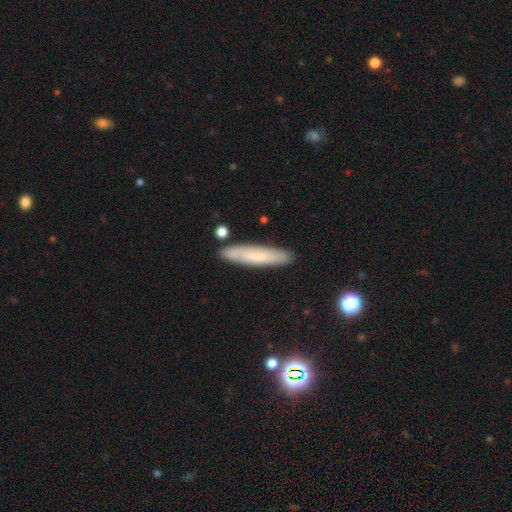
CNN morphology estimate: type=smooth (66%); roundness=cigar-shaped (87%); merging=none (86%).